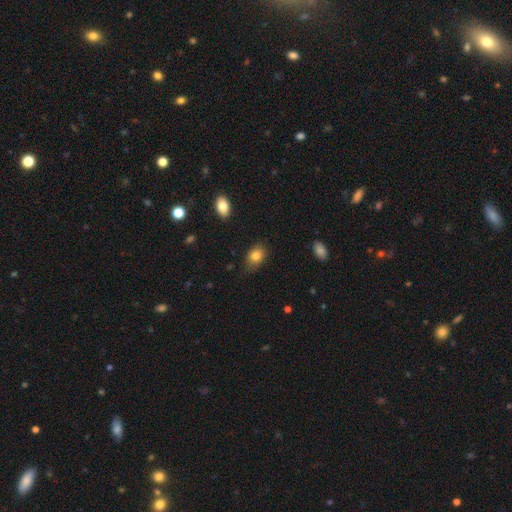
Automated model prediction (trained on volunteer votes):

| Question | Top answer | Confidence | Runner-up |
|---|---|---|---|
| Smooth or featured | smooth | 82% | star or artifact (10%) |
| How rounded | in between | 74% | round (25%) |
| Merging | none | 70% | minor disturbance (24%) |